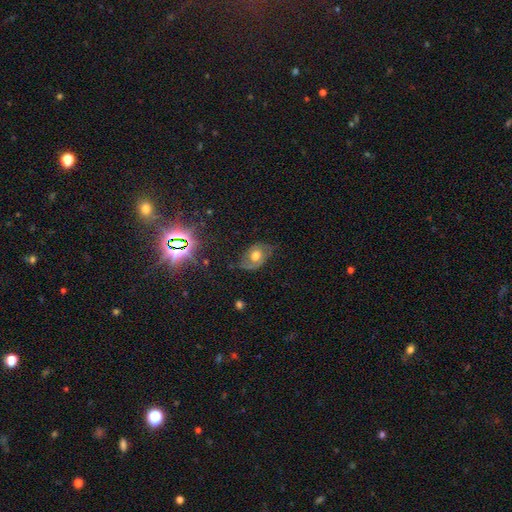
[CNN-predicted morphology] The model was most divided on "smooth or featured": featured or disk: 48%, smooth: 40%, star or artifact: 12%. More confident: merging — none (58%).